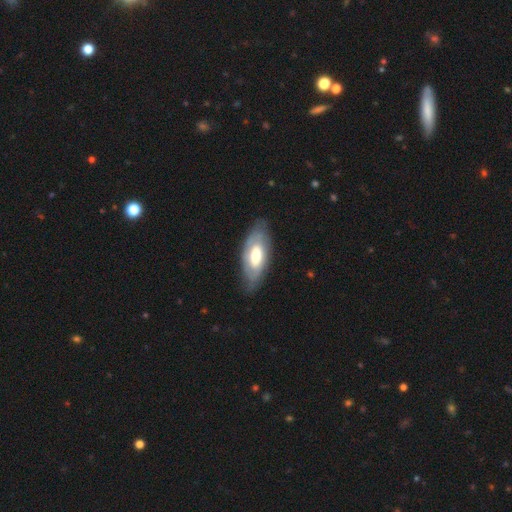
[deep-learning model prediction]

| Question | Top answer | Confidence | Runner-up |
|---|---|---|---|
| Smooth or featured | smooth | 48% | featured or disk (47%) |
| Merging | none | 75% | minor disturbance (18%) |